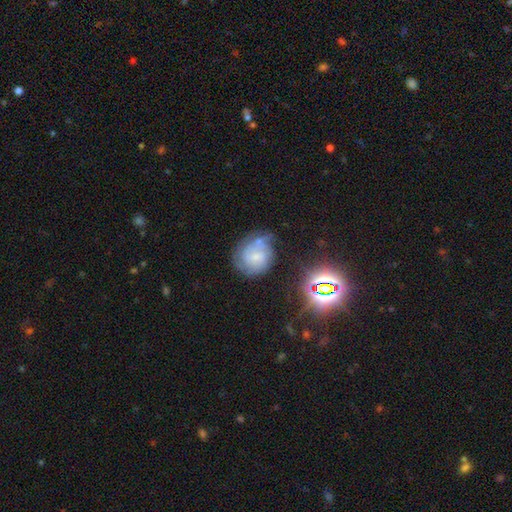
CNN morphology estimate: This appears to be a featured or disk galaxy (60%) with no bar (54%), spiral arms (84%) and a small central bulge (61%). Merging: none (52%).